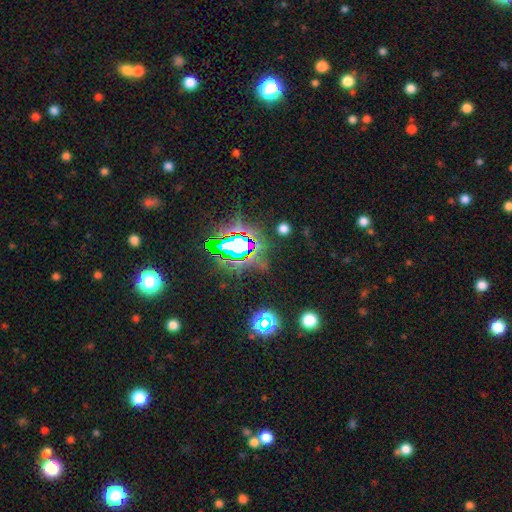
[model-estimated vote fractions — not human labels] star or artifact 81%, smooth 11%, featured or disk 9%.